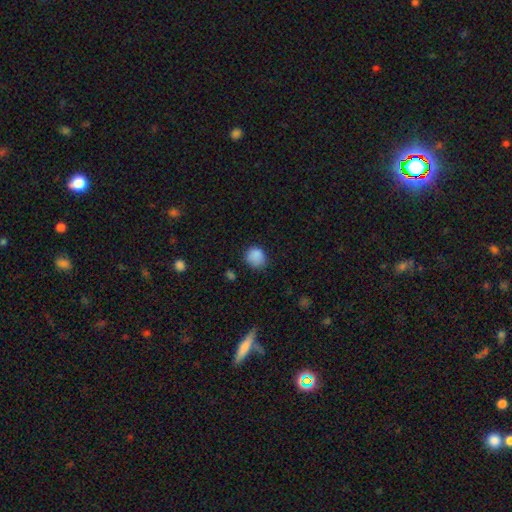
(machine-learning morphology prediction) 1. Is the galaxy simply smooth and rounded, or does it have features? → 86% smooth, 10% star or artifact, 4% featured or disk.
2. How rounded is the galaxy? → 76% round, 24% in between, 1% cigar-shaped.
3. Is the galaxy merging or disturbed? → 72% none, 22% minor disturbance, 5% major disturbance, 2% merger.